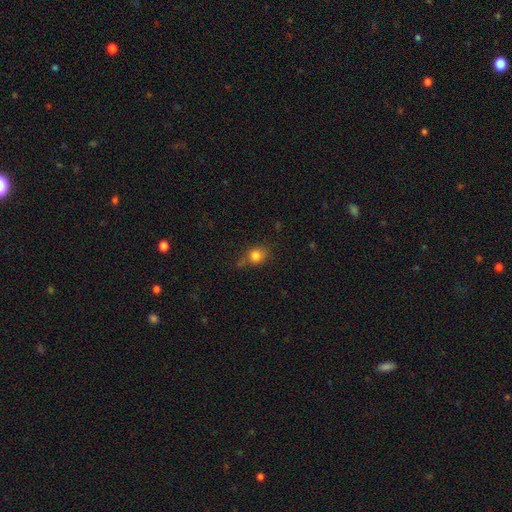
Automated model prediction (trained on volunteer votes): Smooth or featured? smooth (82%)
How rounded? round (71%)
Merging? none (64%)